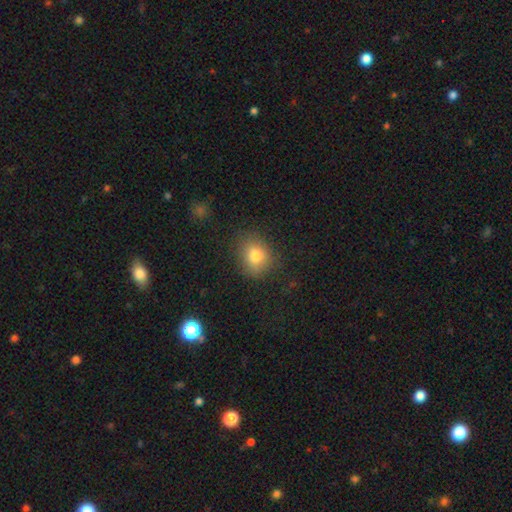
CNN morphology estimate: A smooth galaxy with no disk features (78%) that is round (64%).

Vote fractions:
- Smooth or featured? smooth: 78% / star or artifact: 12% / featured or disk: 9%
- How rounded? round: 64% / in between: 34% / cigar-shaped: 1%
- Merging? none: 80% / minor disturbance: 14% / major disturbance: 5% / merger: 1%